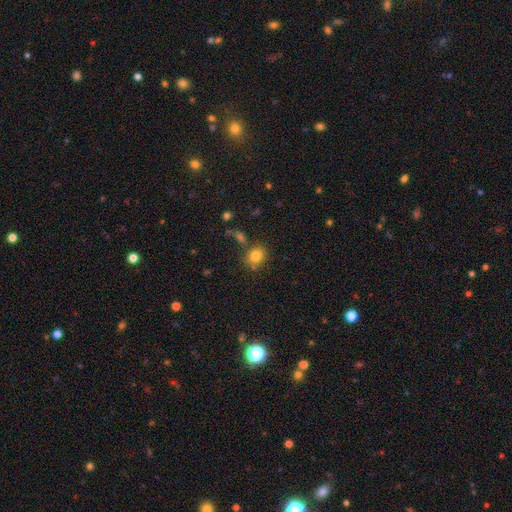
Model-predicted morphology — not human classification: A smooth galaxy with no disk features (81%) that is round (58%). Merging: none (73%).